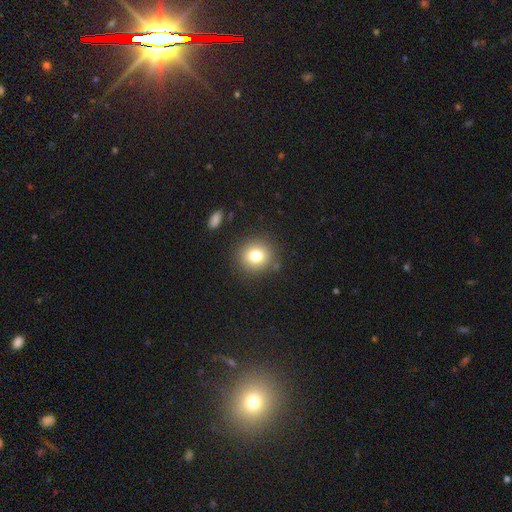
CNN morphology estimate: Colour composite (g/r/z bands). It shows a smooth galaxy with no disk features (79%) that is round (86%). Merging: none (87%).